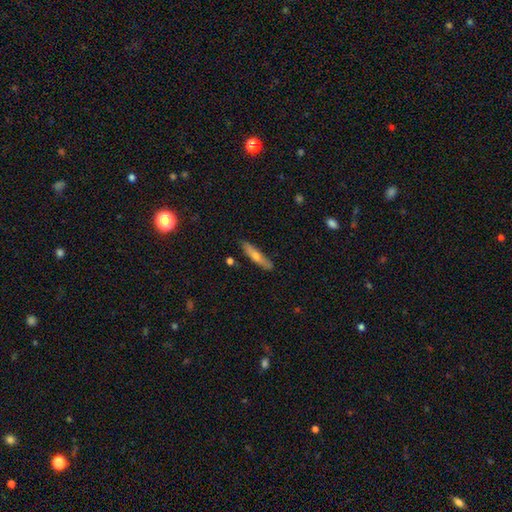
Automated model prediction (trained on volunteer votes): The model was most divided on "smooth or featured": smooth: 51%, featured or disk: 42%, star or artifact: 7%. More confident: how rounded — cigar-shaped (86%); merging — none (86%).